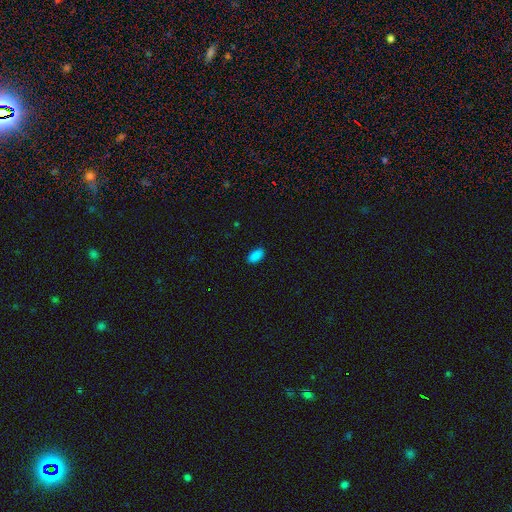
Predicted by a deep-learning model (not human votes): This appears to be a smooth galaxy with no disk features (88%) that is in between round and cigar-shaped (94%). Merging: none (89%).